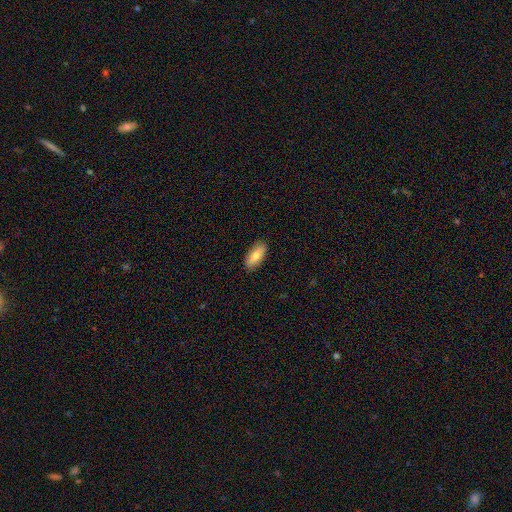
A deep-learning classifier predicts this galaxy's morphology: Smooth or featured: smooth — 76% (featured or disk — 17%)
How rounded: in between — 82% (cigar-shaped — 16%)
Merging: none — 88% (minor disturbance — 9%)